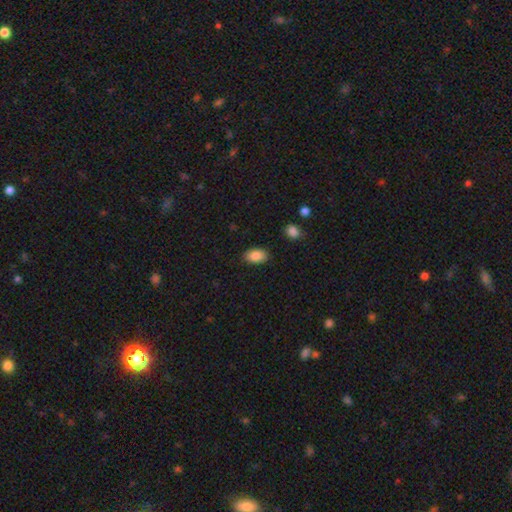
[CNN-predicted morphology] Smooth or featured: smooth — 88% (star or artifact — 7%)
How rounded: in between — 91% (round — 8%)
Merging: none — 86% (minor disturbance — 10%)